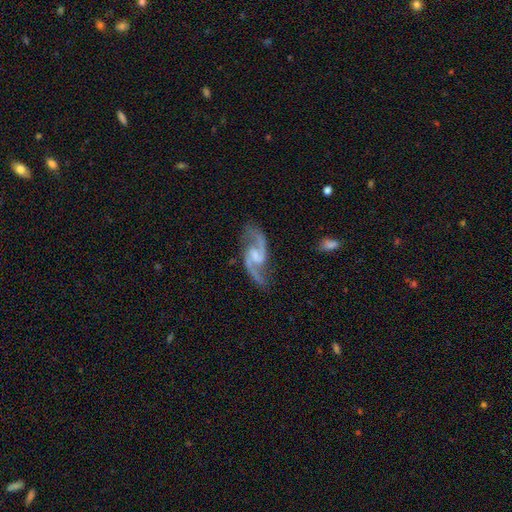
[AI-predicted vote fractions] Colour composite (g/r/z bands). It shows a featured or disk galaxy (93%) with a weak bar (54%), 2 (94%) medium (49%) spiral arms (98%) and a small central bulge (45%). Merging: none (78%).